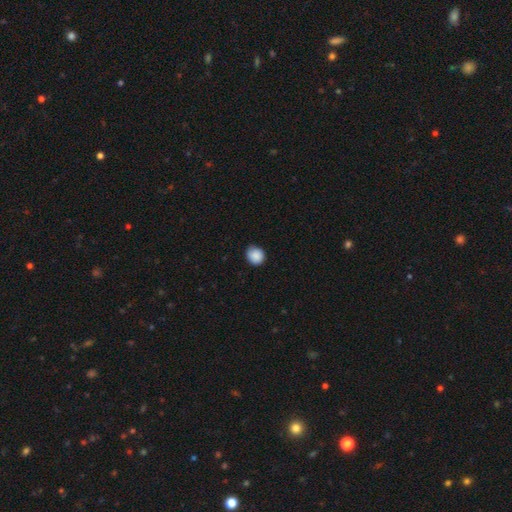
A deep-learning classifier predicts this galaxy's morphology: Q: Smooth or featured?
A: smooth (89%); runner-up: star or artifact (8%)
Q: How rounded?
A: round (85%); runner-up: in between (15%)
Q: Merging?
A: none (80%); runner-up: minor disturbance (17%)